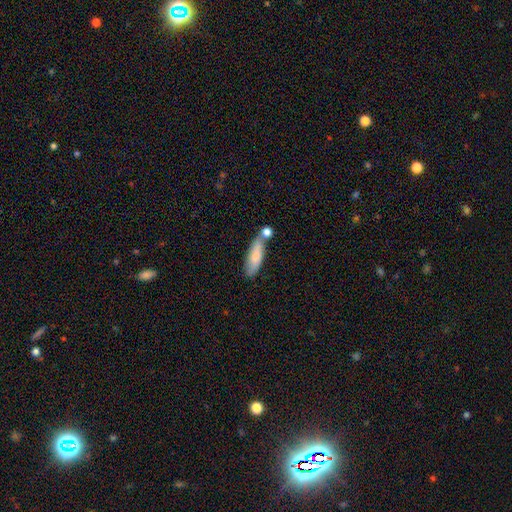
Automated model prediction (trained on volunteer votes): A smooth galaxy with no disk features (80%) that is cigar-shaped (58%). Merging: none (53%).